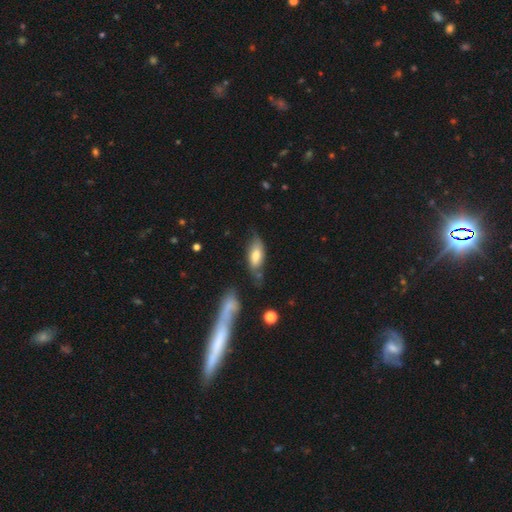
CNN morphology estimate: Smooth or featured: smooth — 65% (featured or disk — 28%)
How rounded: in between — 82% (cigar-shaped — 15%)
Merging: none — 51% (minor disturbance — 29%)